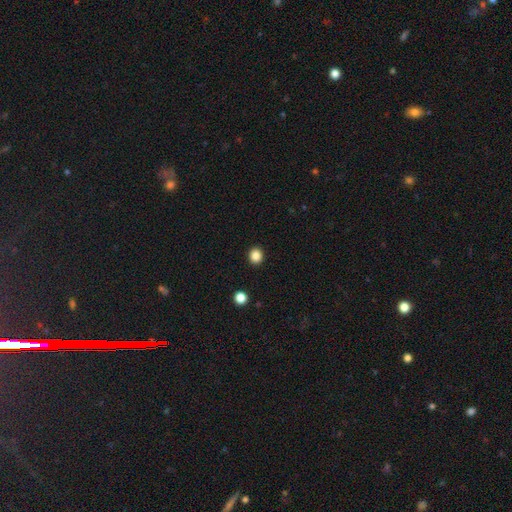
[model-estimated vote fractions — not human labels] Smooth or featured: smooth — 86% (star or artifact — 11%)
How rounded: round — 81% (in between — 18%)
Merging: none — 92% (minor disturbance — 5%)